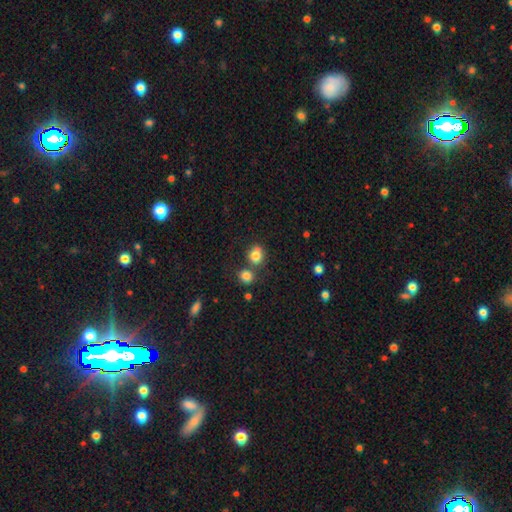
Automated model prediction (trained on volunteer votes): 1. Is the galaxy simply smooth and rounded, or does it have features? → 81% smooth, 11% star or artifact, 8% featured or disk.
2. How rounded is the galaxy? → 71% round, 28% in between, 1% cigar-shaped.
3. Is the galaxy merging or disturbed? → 58% none, 25% merger, 13% minor disturbance, 4% major disturbance.